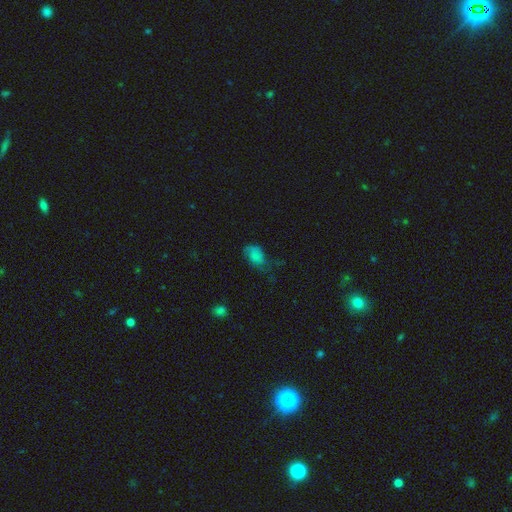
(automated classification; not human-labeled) smooth 65%, featured or disk 23%, star or artifact 12%. Down the decision tree: how rounded — in between (85%); merging — none (33%, tied with minor disturbance).